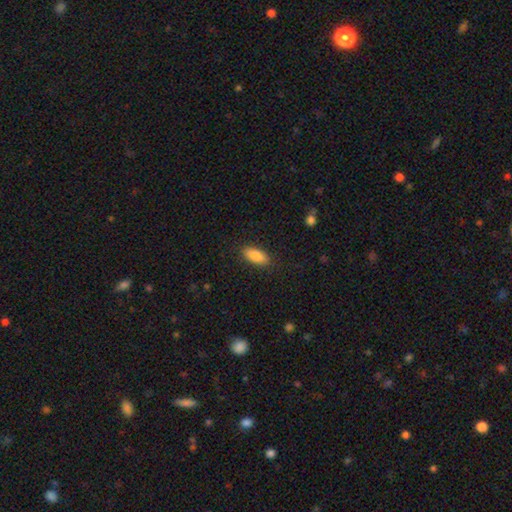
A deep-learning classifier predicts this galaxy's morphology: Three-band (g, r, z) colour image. It shows a smooth galaxy with no disk features (86%) that is in between round and cigar-shaped (83%). Merging: none (87%).